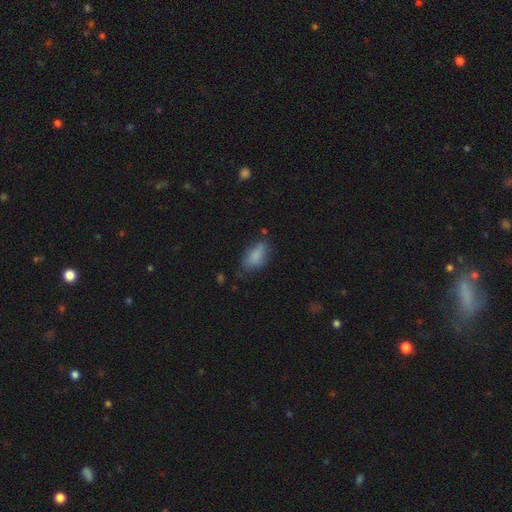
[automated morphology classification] Smooth or featured: smooth — 81% (featured or disk — 11%)
How rounded: in between — 86% (cigar-shaped — 10%)
Merging: none — 59% (minor disturbance — 29%)